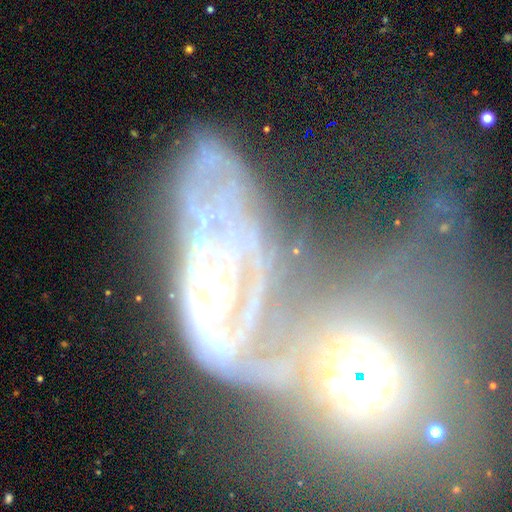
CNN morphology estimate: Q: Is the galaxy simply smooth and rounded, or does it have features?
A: featured or disk — 70%.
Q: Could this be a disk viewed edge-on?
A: no — 92%.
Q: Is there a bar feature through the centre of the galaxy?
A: no — 76%.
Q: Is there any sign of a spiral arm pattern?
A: yes — 69%.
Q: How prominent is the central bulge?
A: small — 45%.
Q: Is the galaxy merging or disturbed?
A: merger — 54%.